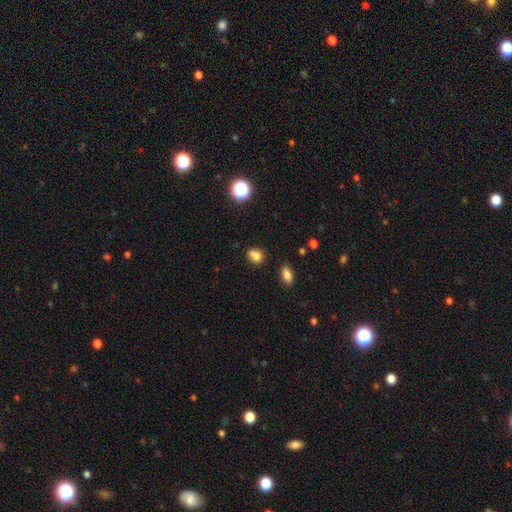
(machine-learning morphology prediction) A smooth galaxy with no disk features (77%) that is round (61%). Merging: none (52%).